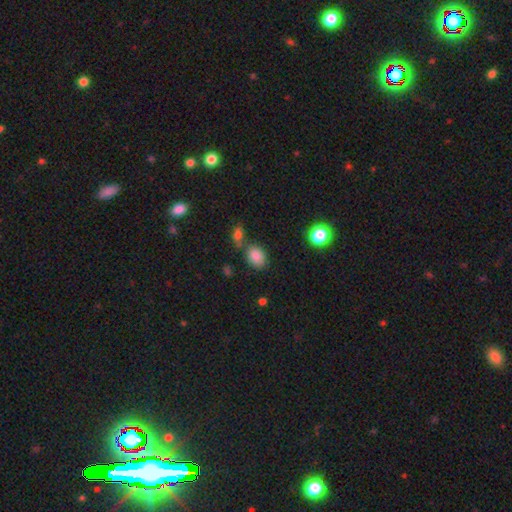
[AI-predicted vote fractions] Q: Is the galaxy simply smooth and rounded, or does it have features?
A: smooth — 84%.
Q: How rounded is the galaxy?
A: in between — 74%.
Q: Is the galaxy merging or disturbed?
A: none — 67%.